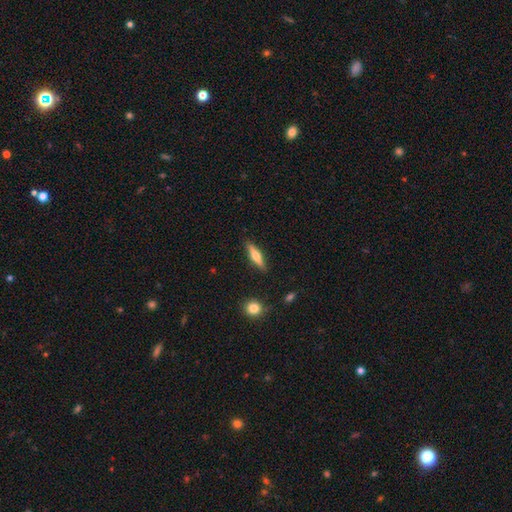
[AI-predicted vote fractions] This is possibly a smooth galaxy (50%). Merging: clearly none (87%).